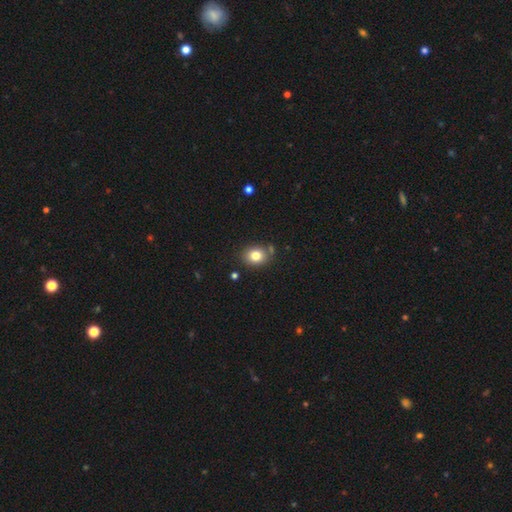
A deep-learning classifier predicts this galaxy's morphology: type=smooth (80%); roundness=round (53%); merging=none (78%).